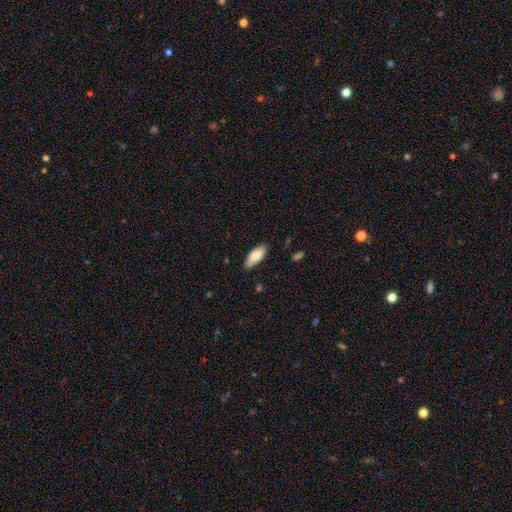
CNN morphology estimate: A smooth galaxy with no disk features (82%) that is in between round and cigar-shaped (84%). Merging: none (82%).